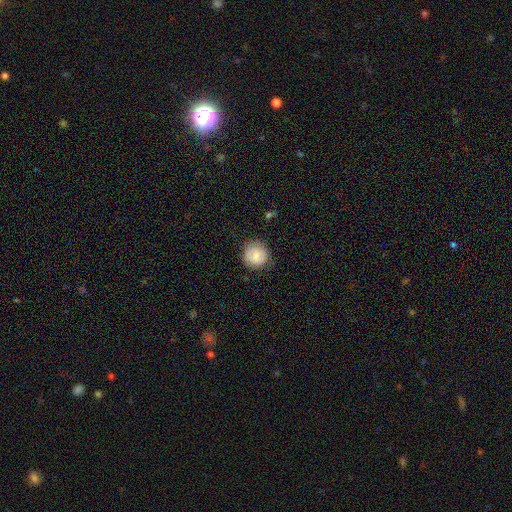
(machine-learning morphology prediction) This is clearly a smooth galaxy (83%). How rounded: clearly round (90%). Merging: likely none (77%).